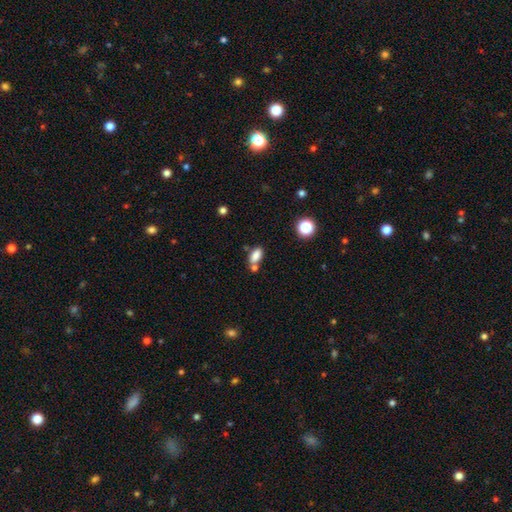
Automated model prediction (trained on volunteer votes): A smooth galaxy with no disk features (82%) that is in between round and cigar-shaped (87%).

Vote fractions:
- Smooth or featured? smooth: 82% / star or artifact: 10% / featured or disk: 8%
- How rounded? in between: 87% / cigar-shaped: 7% / round: 6%
- Merging? none: 58% / merger: 24% / minor disturbance: 14% / major disturbance: 4%